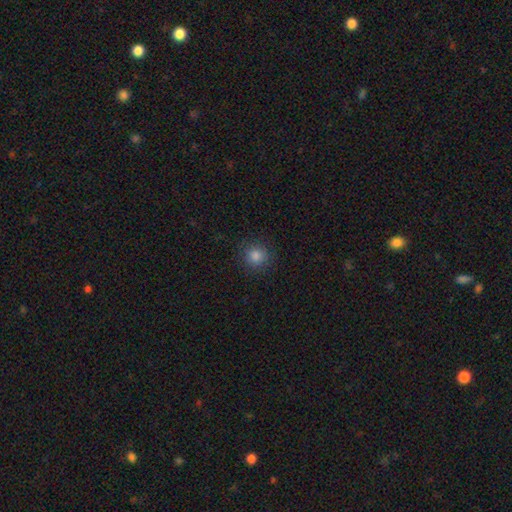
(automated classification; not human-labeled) Morphology: type=smooth (84%); roundness=round (92%); merging=none (89%).